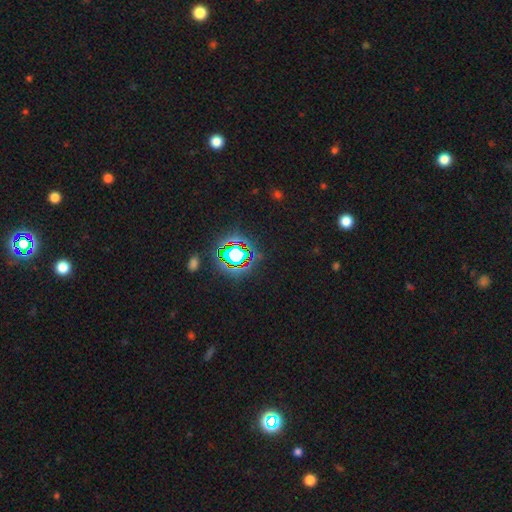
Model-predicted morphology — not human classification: A star or artifact, not a galaxy (78%).